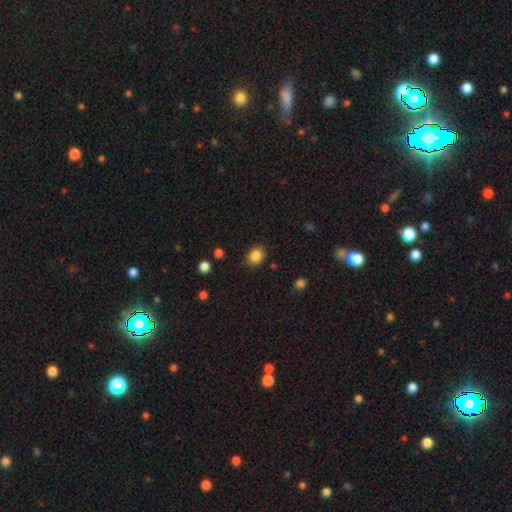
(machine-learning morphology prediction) smooth 86%, star or artifact 10%, featured or disk 4%. Down the decision tree: how rounded — round (65%); merging — none (84%).